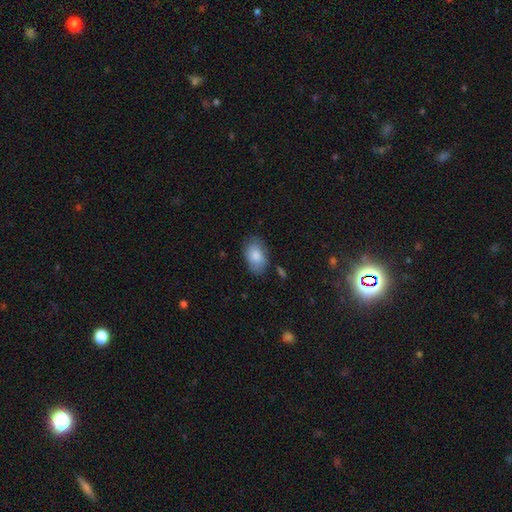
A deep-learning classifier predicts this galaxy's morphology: Q: Smooth or featured?
A: smooth (84%); runner-up: featured or disk (10%)
Q: How rounded?
A: in between (91%); runner-up: round (7%)
Q: Merging?
A: none (76%); runner-up: minor disturbance (18%)